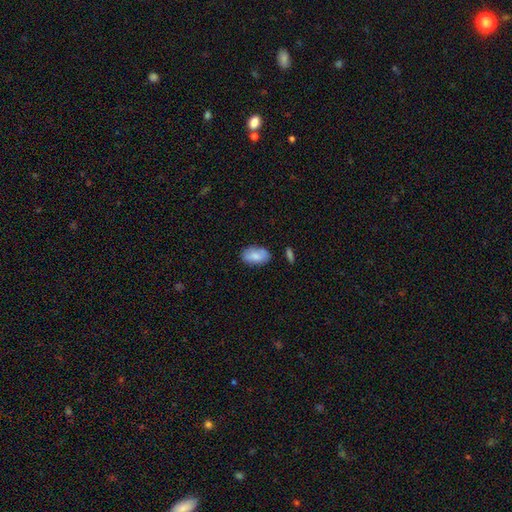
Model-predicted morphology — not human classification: Smooth or featured?
  - smooth: 80% *
  - featured or disk: 14%
  - star or artifact: 7%
How rounded?
  - in between: 92% *
  - round: 5%
  - cigar-shaped: 2%
Merging?
  - none: 73% *
  - minor disturbance: 18%
  - merger: 5%
  - major disturbance: 4%